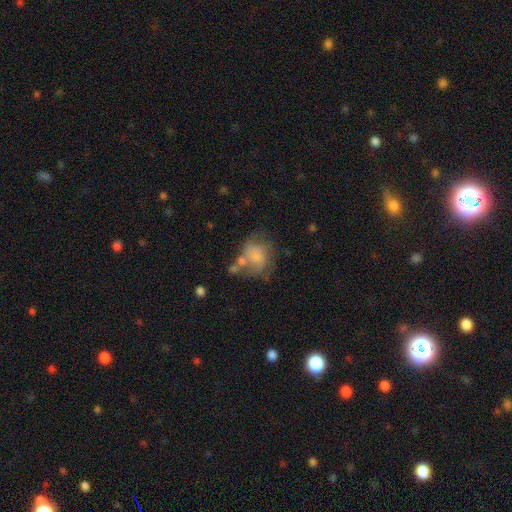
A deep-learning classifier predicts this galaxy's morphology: Smooth or featured?
  - smooth: 51% *
  - featured or disk: 40%
  - star or artifact: 9%
How rounded?
  - round: 59% *
  - in between: 39%
  - cigar-shaped: 1%
Merging?
  - none: 36% *
  - major disturbance: 24%
  - minor disturbance: 23%
  - merger: 18%